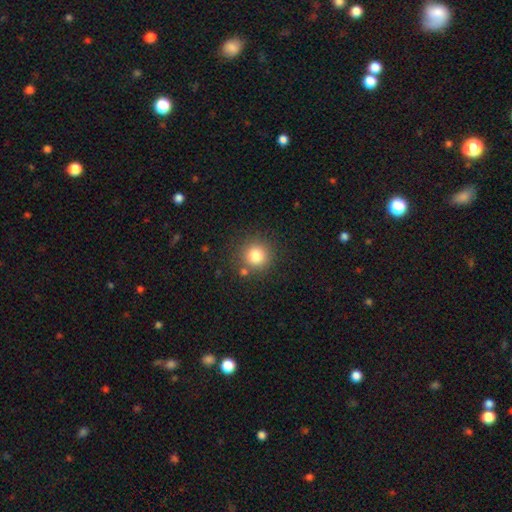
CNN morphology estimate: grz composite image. It shows a smooth galaxy with no disk features (81%) that is round (94%). Merging: none (83%).